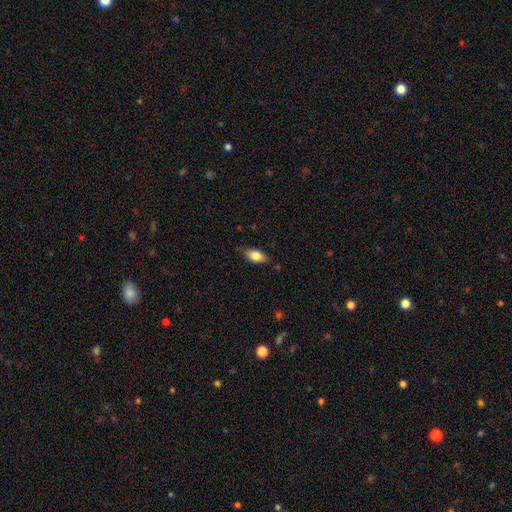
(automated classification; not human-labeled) A smooth galaxy with no disk features (77%) that is in between round and cigar-shaped (87%).

Vote fractions:
- Smooth or featured? smooth: 77% / featured or disk: 16% / star or artifact: 7%
- How rounded? in between: 87% / cigar-shaped: 8% / round: 5%
- Merging? none: 76% / minor disturbance: 19% / major disturbance: 3% / merger: 2%